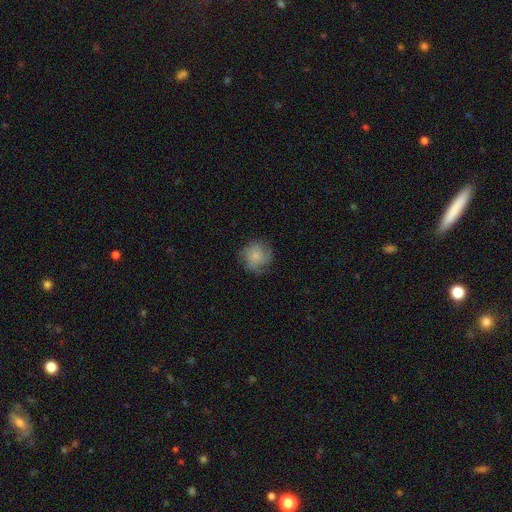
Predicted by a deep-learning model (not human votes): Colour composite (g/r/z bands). It shows a smooth galaxy with no disk features (59%) that is round (86%). Merging: none (72%).